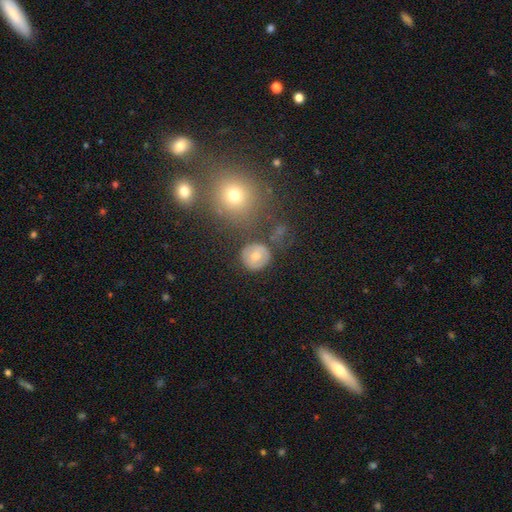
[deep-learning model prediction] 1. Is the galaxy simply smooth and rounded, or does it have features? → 66% smooth, 25% featured or disk, 9% star or artifact.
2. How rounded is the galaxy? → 90% round, 9% in between, 1% cigar-shaped.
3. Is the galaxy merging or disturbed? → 78% none, 12% minor disturbance, 6% merger, 5% major disturbance.